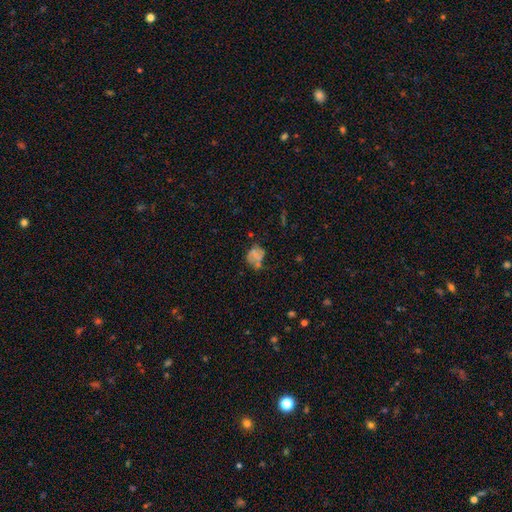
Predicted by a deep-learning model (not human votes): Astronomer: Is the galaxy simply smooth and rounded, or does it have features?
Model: smooth — 54%.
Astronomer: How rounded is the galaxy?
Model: round — 51% (runner-up: in between, 47%).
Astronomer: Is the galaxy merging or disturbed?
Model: none — 39% (runner-up: minor disturbance, 27%).